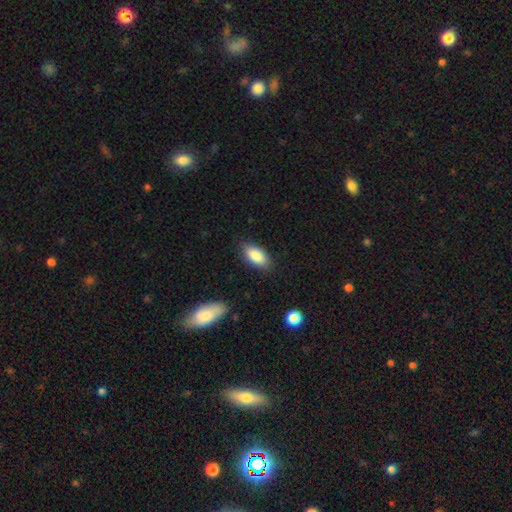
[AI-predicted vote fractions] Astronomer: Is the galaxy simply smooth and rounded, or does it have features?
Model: smooth — 87%.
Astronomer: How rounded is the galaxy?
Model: in between — 91%.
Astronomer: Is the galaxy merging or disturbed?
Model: none — 84%.